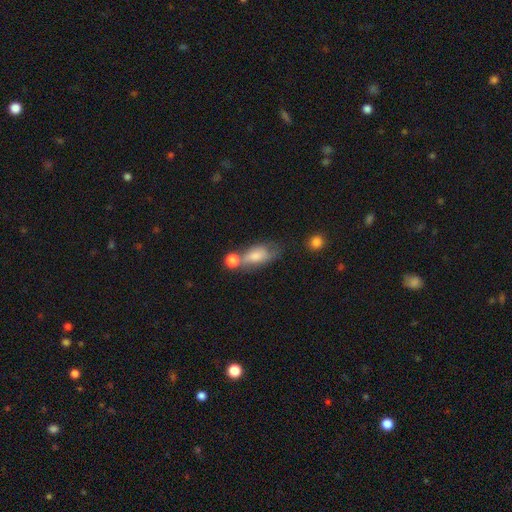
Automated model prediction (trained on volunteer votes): A smooth galaxy with no disk features (73%) that is in between round and cigar-shaped (82%). Merging: none (34%).